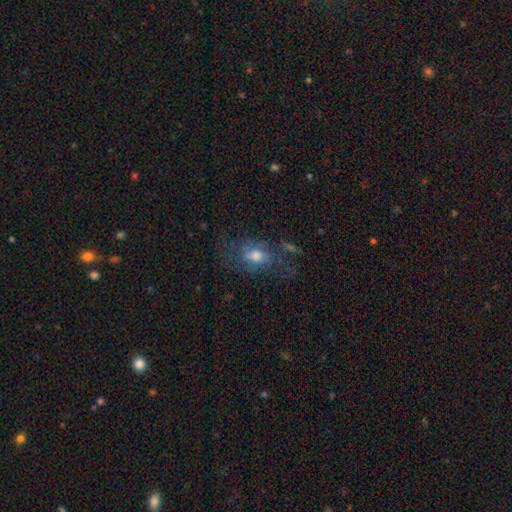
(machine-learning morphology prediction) smooth-or-featured: featured or disk: 48% | smooth: 40% | star or artifact: 12%
  merging: none: 47% | major disturbance: 27% | minor disturbance: 22% | merger: 4%